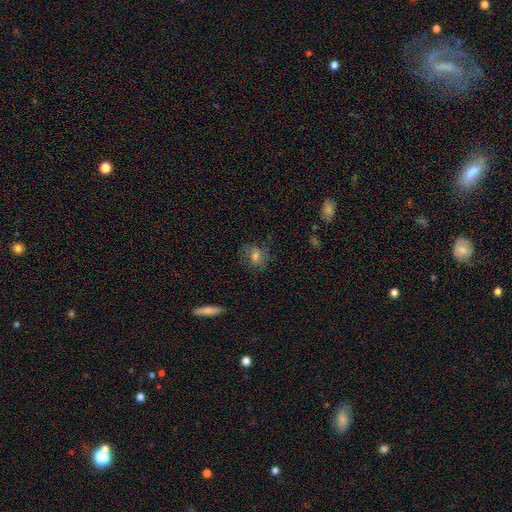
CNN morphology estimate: Smooth or featured? smooth (53%)
How rounded? in between (50%)
Merging? none (71%)